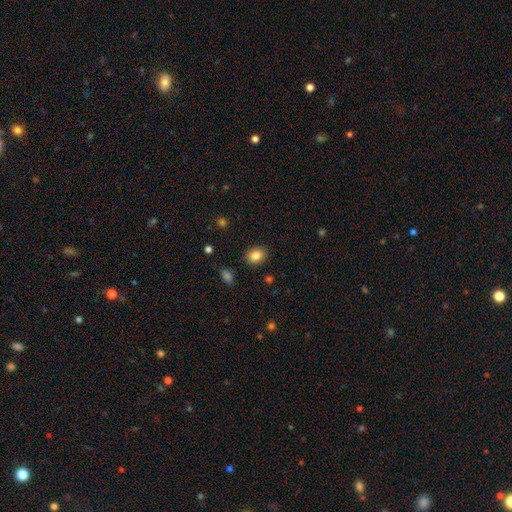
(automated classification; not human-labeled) This appears to be a smooth galaxy with no disk features (85%) that is in between round and cigar-shaped (57%). Merging: none (87%).